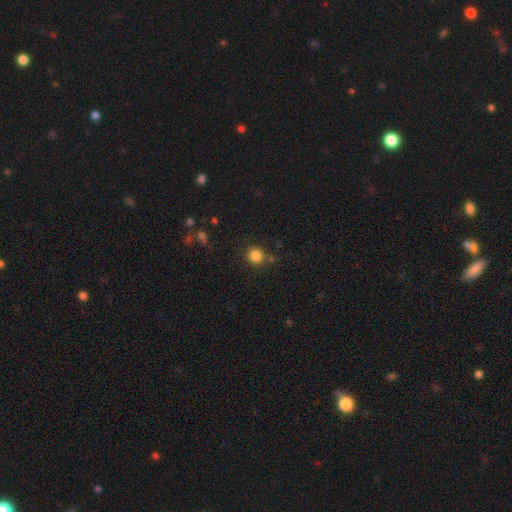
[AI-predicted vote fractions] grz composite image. It shows a smooth galaxy with no disk features (84%) that is round (91%). Merging: none (81%).